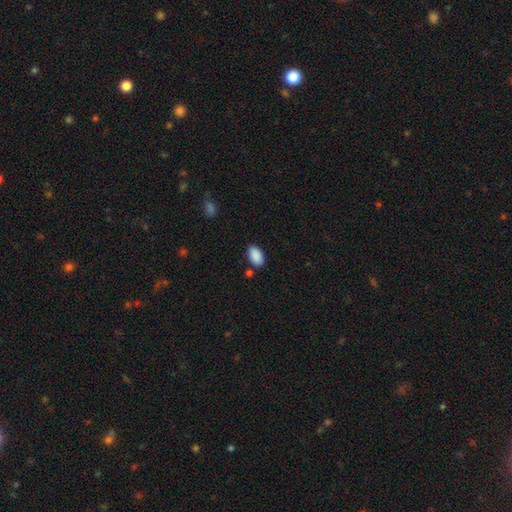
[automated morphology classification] Smooth or featured?
  - smooth: 90% *
  - star or artifact: 7%
  - featured or disk: 3%
How rounded?
  - in between: 93% *
  - round: 5%
  - cigar-shaped: 1%
Merging?
  - none: 82% *
  - minor disturbance: 12%
  - merger: 4%
  - major disturbance: 3%